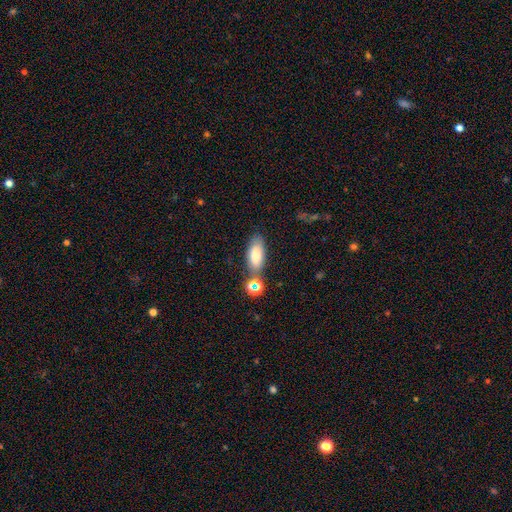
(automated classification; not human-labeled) This is likely a smooth galaxy (79%). How rounded: clearly in between (83%). Merging: likely none (68%).